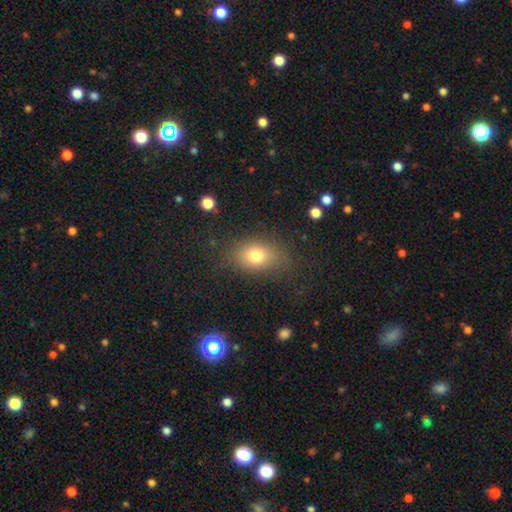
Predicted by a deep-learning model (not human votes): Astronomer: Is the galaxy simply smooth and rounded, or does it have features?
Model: smooth — 76%.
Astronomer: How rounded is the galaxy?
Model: in between — 74%.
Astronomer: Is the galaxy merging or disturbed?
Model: none — 78%.